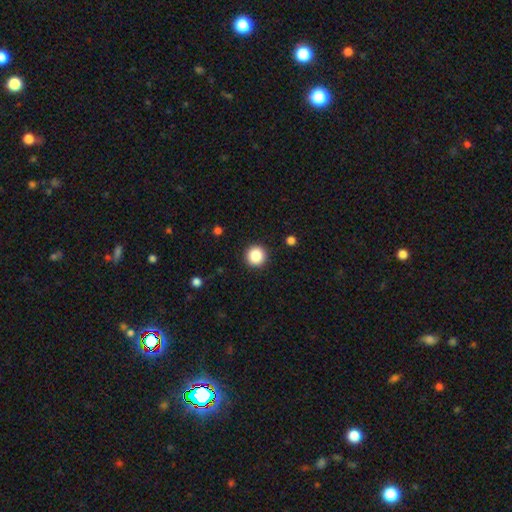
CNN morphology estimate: A smooth galaxy with no disk features (87%) that is round (96%). Merging: none (92%).